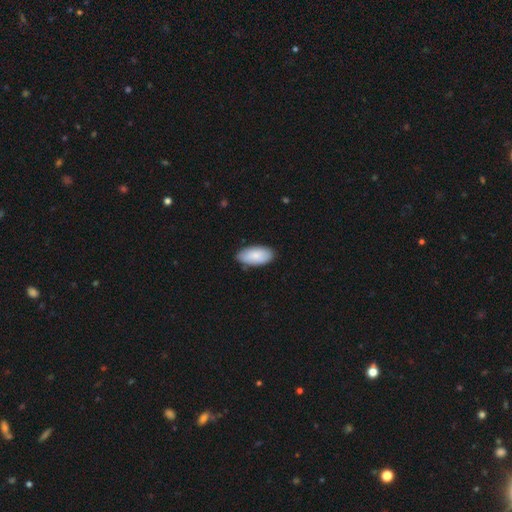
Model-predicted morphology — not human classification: This is clearly a smooth galaxy (82%). How rounded: clearly in between (94%). Merging: clearly none (83%).